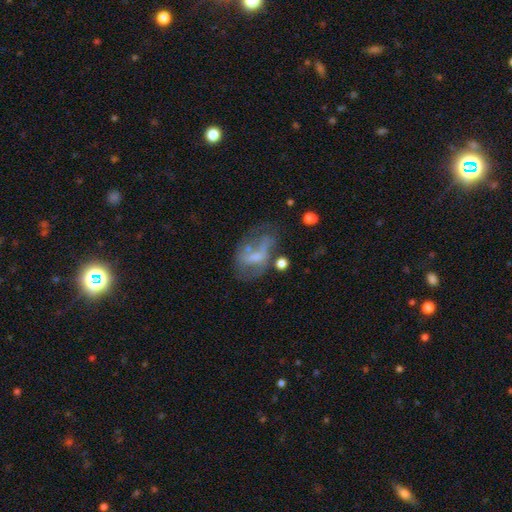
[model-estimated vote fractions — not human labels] The model was most divided on "merging": none: 34%, major disturbance: 32%, minor disturbance: 23%, merger: 11%. Remaining: edge-on disk — no (94%); spiral arms — no (58%); smooth or featured — featured or disk (54%); bar — no (46%); bulge size — small (36%).